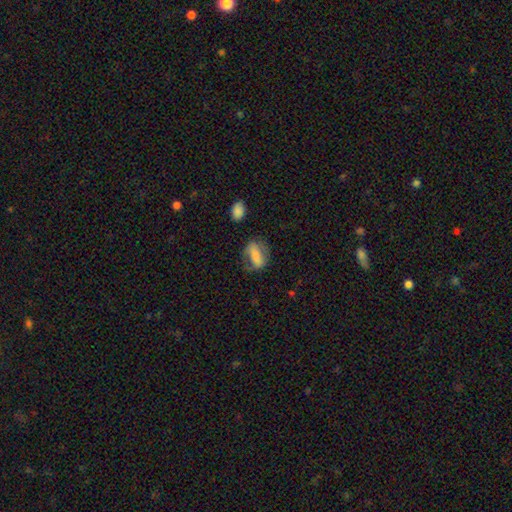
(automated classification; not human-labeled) Morphology: type=smooth (63%); roundness=in between (77%); merging=none (58%).